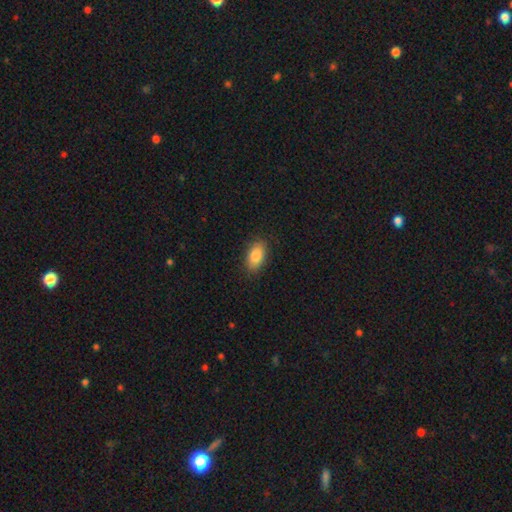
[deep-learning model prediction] A smooth galaxy with no disk features (87%) that is in between round and cigar-shaped (92%).

Vote fractions:
- Smooth or featured? smooth: 87% / star or artifact: 7% / featured or disk: 6%
- How rounded? in between: 92% / round: 5% / cigar-shaped: 3%
- Merging? none: 87% / minor disturbance: 10% / major disturbance: 2% / merger: 1%